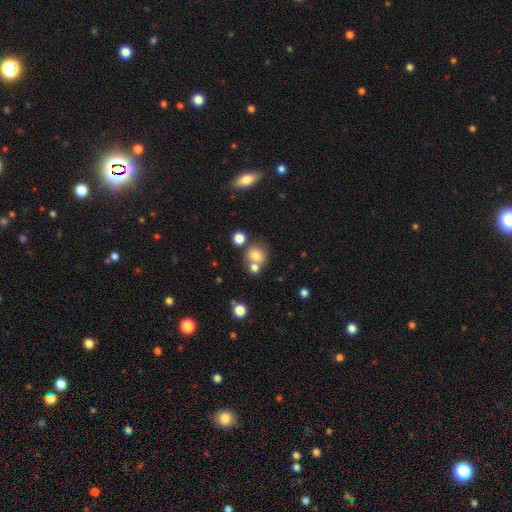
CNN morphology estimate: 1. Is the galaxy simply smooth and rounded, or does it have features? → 76% smooth, 13% star or artifact, 11% featured or disk.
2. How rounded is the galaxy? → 79% round, 20% in between, 1% cigar-shaped.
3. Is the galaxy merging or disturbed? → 53% none, 32% merger, 10% minor disturbance, 4% major disturbance.